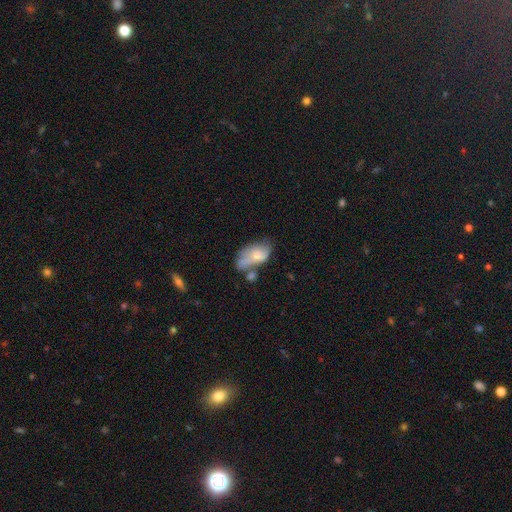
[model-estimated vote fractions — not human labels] The model was most divided on "merging": merger: 29%, minor disturbance: 26%, none: 25%, major disturbance: 20%. More confident: how rounded — in between (91%); smooth or featured — smooth (64%).